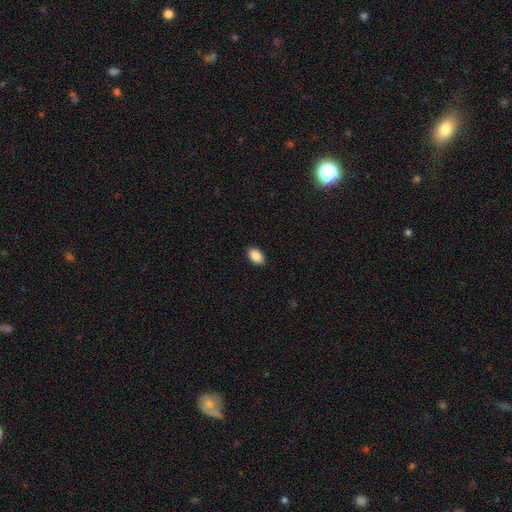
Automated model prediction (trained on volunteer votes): Smooth or featured? smooth (89%)
How rounded? in between (90%)
Merging? none (89%)